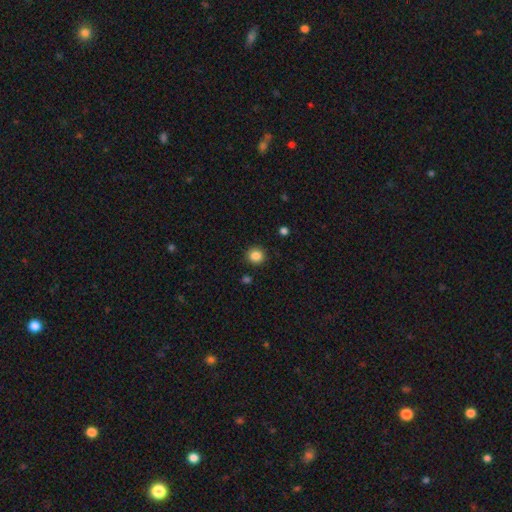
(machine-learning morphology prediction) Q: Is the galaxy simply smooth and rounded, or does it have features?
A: smooth — 85%.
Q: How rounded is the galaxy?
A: round — 92%.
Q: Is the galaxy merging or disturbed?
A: none — 90%.